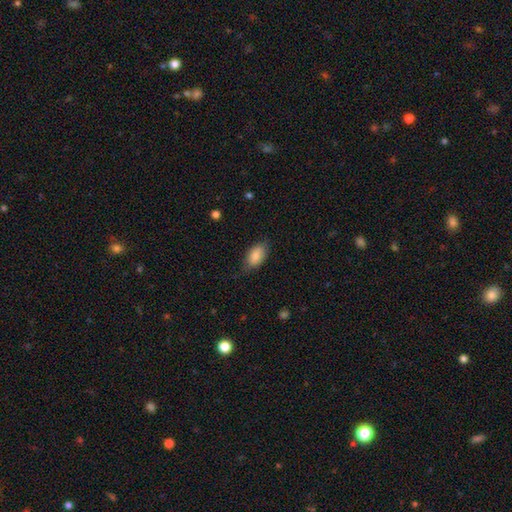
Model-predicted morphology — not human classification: smooth 83%, featured or disk 10%, star or artifact 7%. Down the decision tree: how rounded — in between (92%); merging — none (71%).